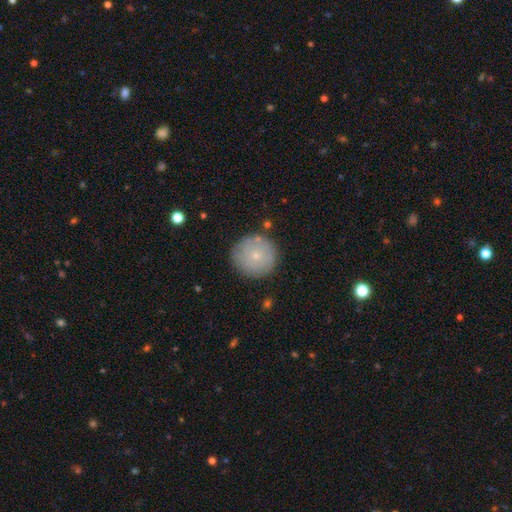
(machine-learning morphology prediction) This appears to be a smooth galaxy with no disk features (67%) that is round (94%). Merging: none (84%).